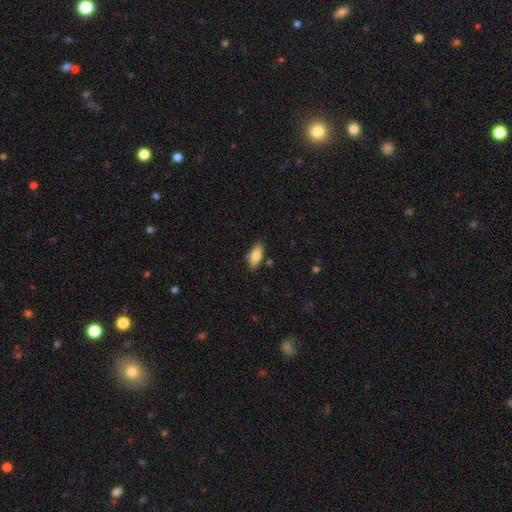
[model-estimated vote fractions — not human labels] This is clearly a smooth galaxy (82%). How rounded: clearly in between (82%). Merging: likely none (80%).